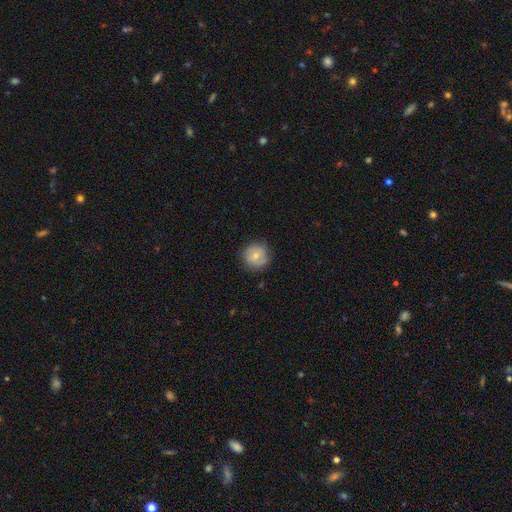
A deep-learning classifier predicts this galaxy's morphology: smooth_or_featured: smooth (p=0.65) [alt: featured or disk p=0.28]
how_rounded: round (p=0.91) [alt: in between p=0.08]
merging: none (p=0.80) [alt: minor disturbance p=0.16]